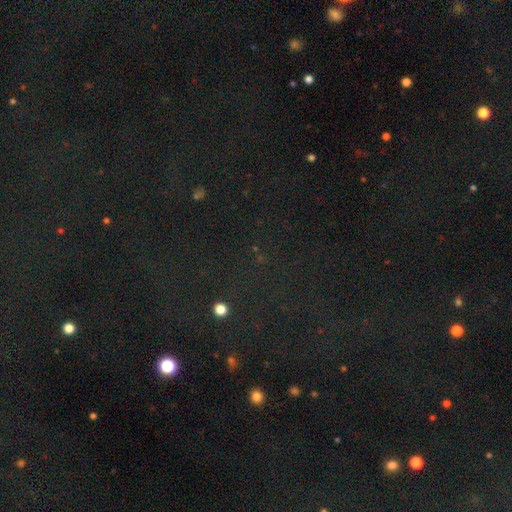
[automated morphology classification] Q: Smooth or featured?
A: star or artifact (77%); runner-up: smooth (15%)